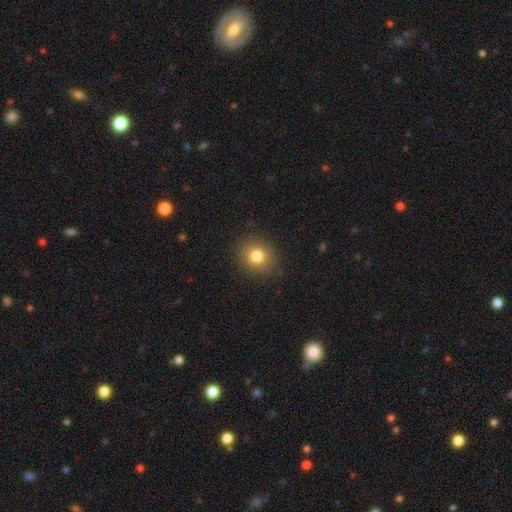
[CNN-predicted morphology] Smooth or featured? smooth (80%)
How rounded? round (81%)
Merging? none (87%)